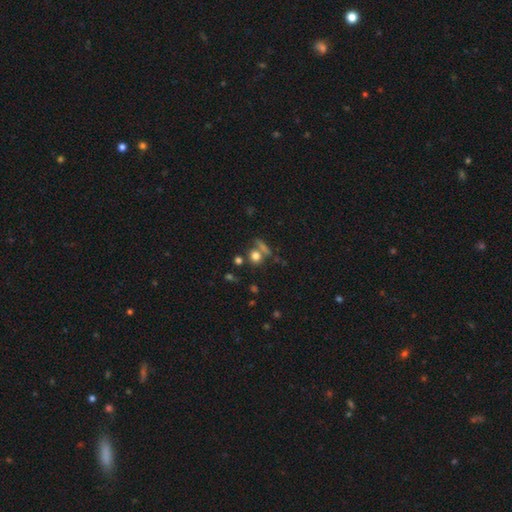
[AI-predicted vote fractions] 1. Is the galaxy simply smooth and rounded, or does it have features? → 74% smooth, 15% star or artifact, 11% featured or disk.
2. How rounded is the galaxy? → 80% round, 16% in between, 4% cigar-shaped.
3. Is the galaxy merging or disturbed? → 61% none, 23% merger, 10% minor disturbance, 6% major disturbance.